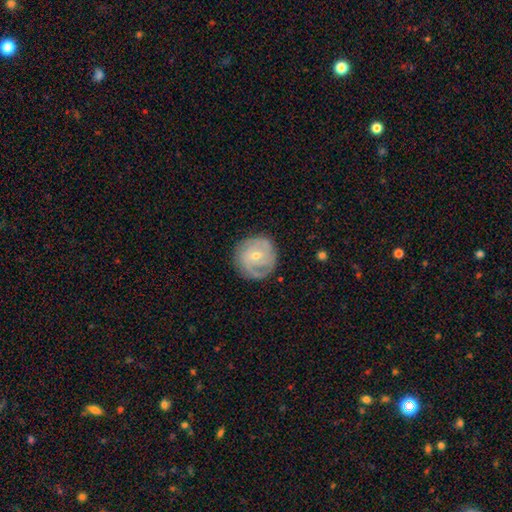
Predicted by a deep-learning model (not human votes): featured or disk 75%, smooth 19%, star or artifact 6%. Down the decision tree: edge-on disk — no (97%); bar — no (60%); spiral arms — yes (90%); spiral arm count — 2 (40%); spiral winding — tight (64%); bulge size — small (57%); merging — none (80%).